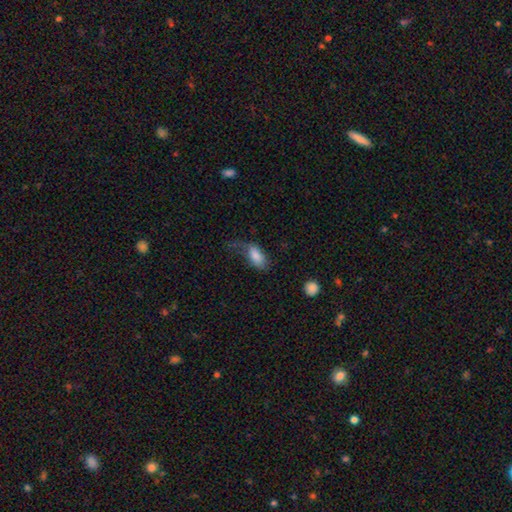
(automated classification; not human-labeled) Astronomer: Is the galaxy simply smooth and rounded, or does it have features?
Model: smooth — 80%.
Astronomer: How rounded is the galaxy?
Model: in between — 90%.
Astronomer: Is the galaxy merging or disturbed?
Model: major disturbance — 40% (runner-up: none, 30%).